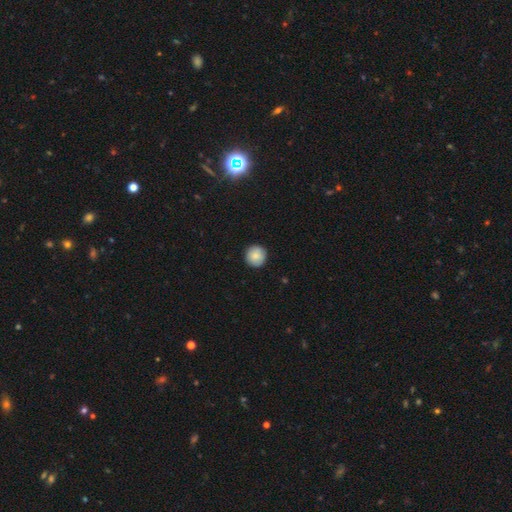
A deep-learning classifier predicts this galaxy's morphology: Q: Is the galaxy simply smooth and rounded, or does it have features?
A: smooth — 86%.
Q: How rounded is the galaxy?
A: round — 95%.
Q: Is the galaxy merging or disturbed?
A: none — 91%.